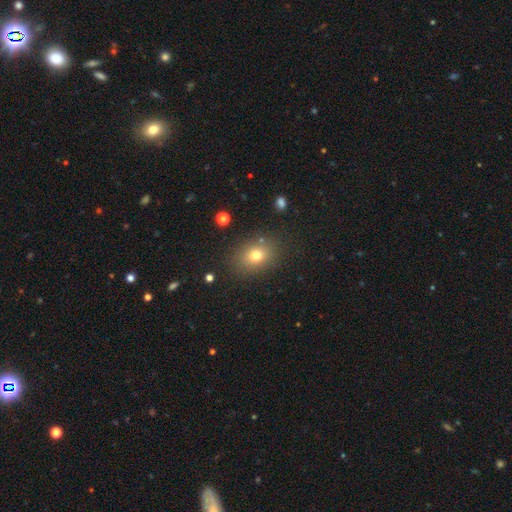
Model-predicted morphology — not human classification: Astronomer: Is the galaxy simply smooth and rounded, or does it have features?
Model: smooth — 75%.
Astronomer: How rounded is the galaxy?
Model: in between — 59% (runner-up: round, 40%).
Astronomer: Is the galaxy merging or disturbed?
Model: none — 83%.